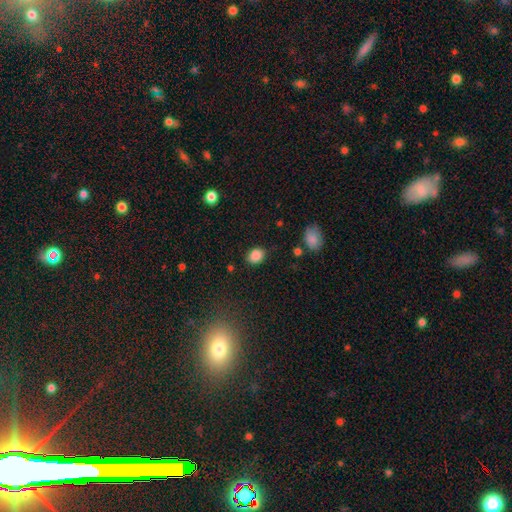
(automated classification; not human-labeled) Smooth or featured: smooth — 87% (star or artifact — 10%)
How rounded: in between — 53% (round — 46%)
Merging: none — 82% (minor disturbance — 12%)